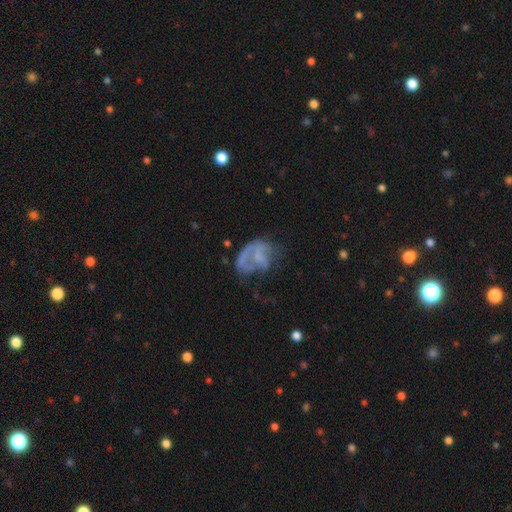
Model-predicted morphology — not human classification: Smooth or featured?
  - featured or disk: 56% *
  - smooth: 32%
  - star or artifact: 12%
Edge-on disk?
  - no: 97% *
  - yes: 3%
Bar?
  - no: 76% *
  - weak: 18%
  - strong: 6%
Spiral arms?
  - no: 63% *
  - yes: 37%
Bulge size?
  - none: 69% *
  - small: 17%
  - moderate: 11%
  - large: 3%
  - dominant: 1%
Merging?
  - major disturbance: 43% *
  - none: 30%
  - minor disturbance: 22%
  - merger: 6%